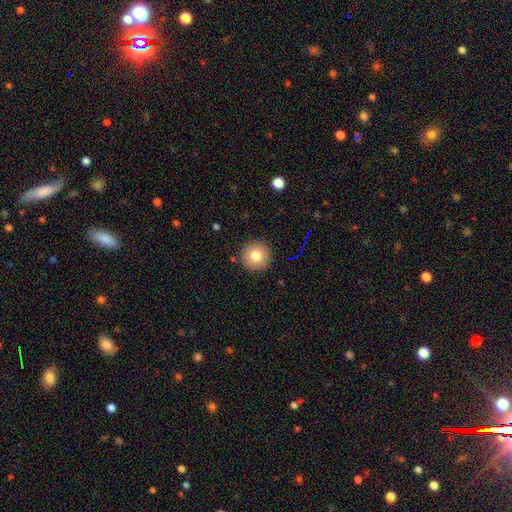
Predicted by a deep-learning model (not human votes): Overall: smooth (79%). How rounded: round (96%). Merging: none (90%).